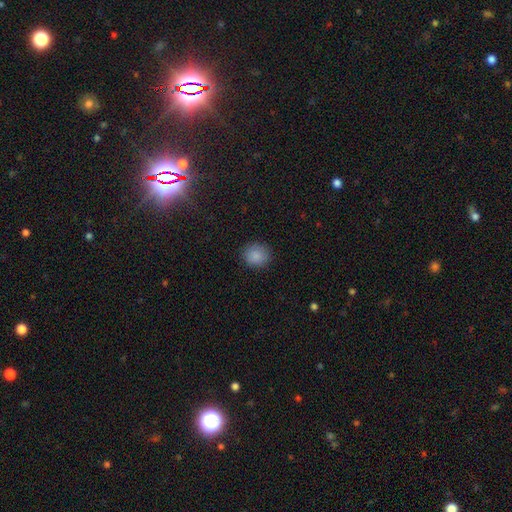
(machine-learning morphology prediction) smooth_or_featured: smooth (p=0.87) [alt: star or artifact p=0.09]
how_rounded: round (p=0.85) [alt: in between p=0.15]
merging: none (p=0.88) [alt: minor disturbance p=0.08]